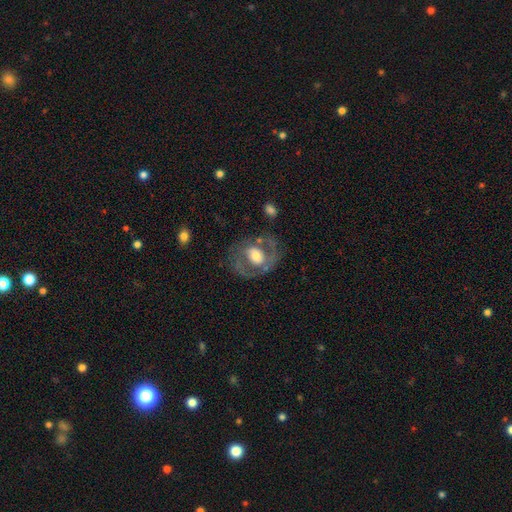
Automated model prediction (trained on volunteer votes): Morphology: type=featured or disk (71%); edge-on=no (97%); bar=no (56%); spiral arms=yes (69%); bulge=moderate (52%); merging=none (66%).